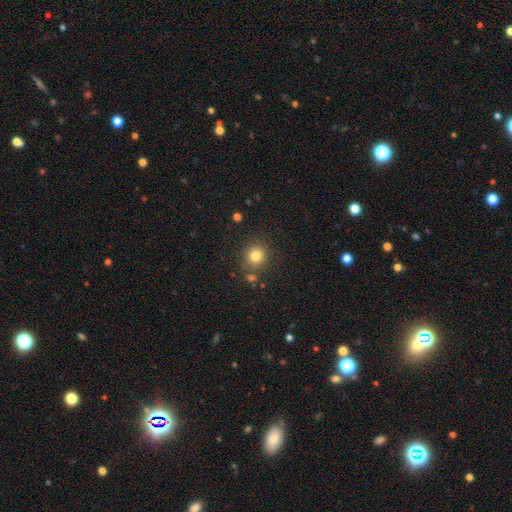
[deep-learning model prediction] This is clearly a smooth galaxy (81%). How rounded: clearly round (87%). Merging: likely none (79%).